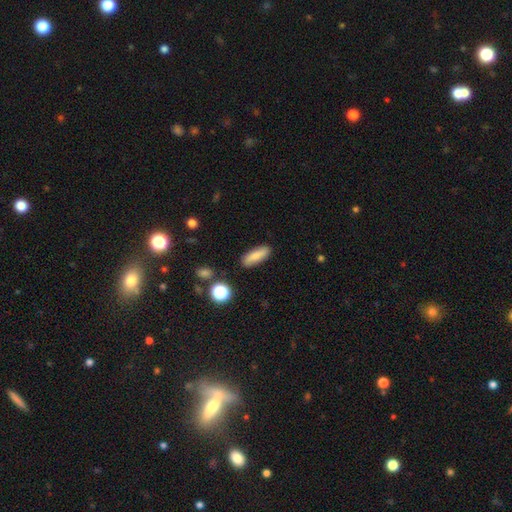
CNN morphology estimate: Q: Smooth or featured?
A: smooth (79%); runner-up: featured or disk (12%)
Q: How rounded?
A: in between (49%); runner-up: cigar-shaped (47%)
Q: Merging?
A: none (87%); runner-up: minor disturbance (9%)